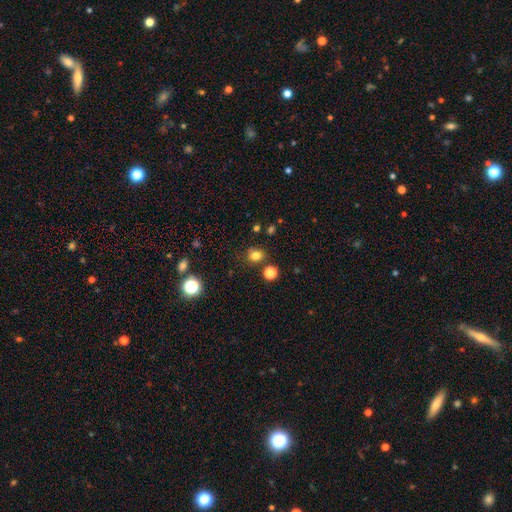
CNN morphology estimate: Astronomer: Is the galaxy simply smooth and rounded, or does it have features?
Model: smooth — 78%.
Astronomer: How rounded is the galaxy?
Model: round — 71%.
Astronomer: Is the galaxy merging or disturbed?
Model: none — 79%.